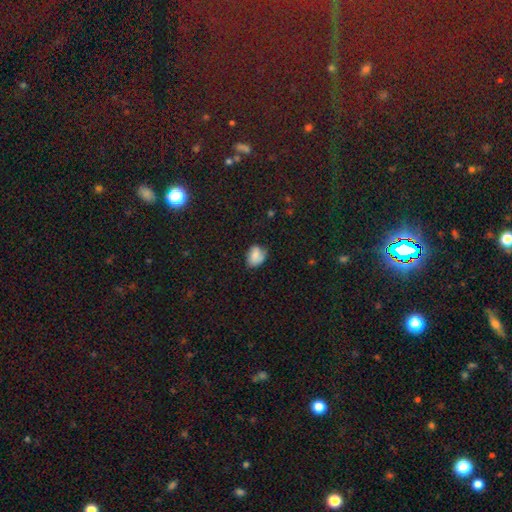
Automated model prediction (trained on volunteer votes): A smooth galaxy with no disk features (74%) that is in between round and cigar-shaped (69%). Merging: none (52%).